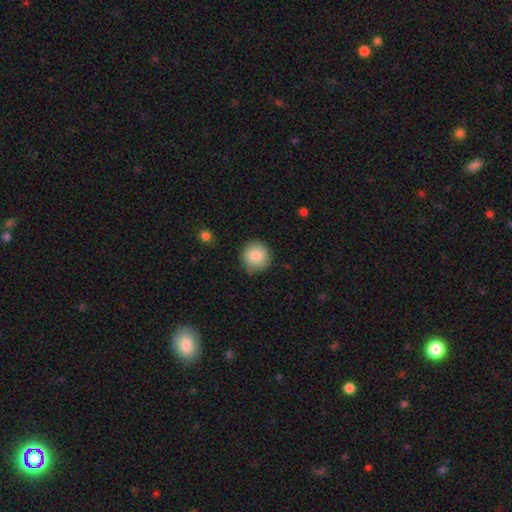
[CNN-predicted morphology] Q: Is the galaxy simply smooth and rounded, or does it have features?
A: smooth — 86%.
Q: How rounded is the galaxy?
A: round — 93%.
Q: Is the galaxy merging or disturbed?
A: none — 83%.